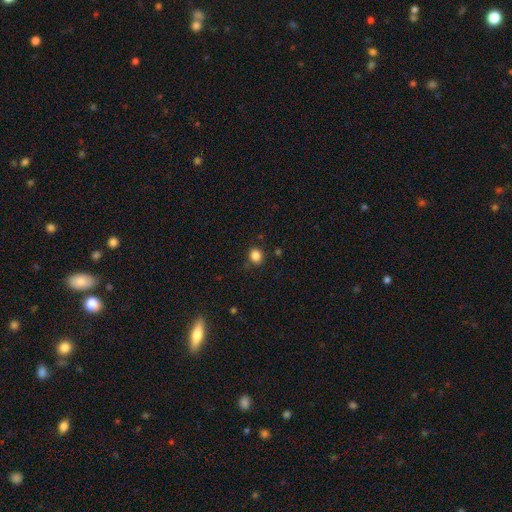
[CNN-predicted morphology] The model was most divided on "how rounded": round: 68%, in between: 31%, cigar-shaped: 1%. More confident: smooth or featured — smooth (85%); merging — none (85%).